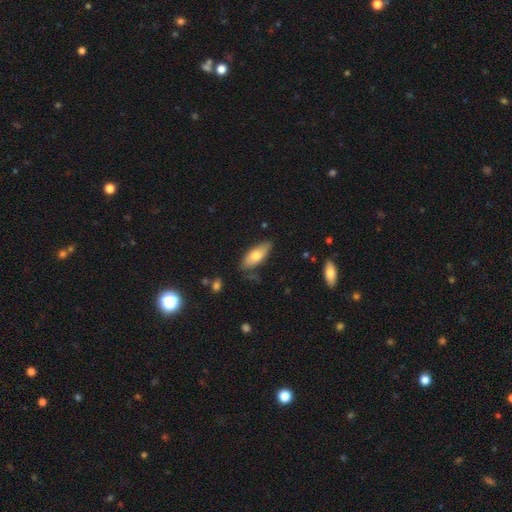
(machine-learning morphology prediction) Smooth or featured: smooth — 72% (featured or disk — 22%)
How rounded: in between — 79% (cigar-shaped — 19%)
Merging: none — 75% (minor disturbance — 19%)